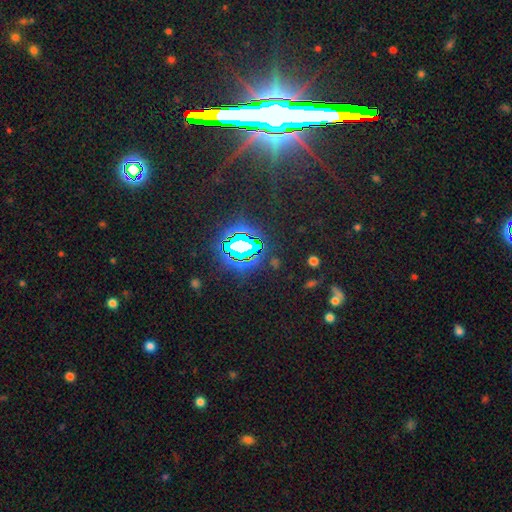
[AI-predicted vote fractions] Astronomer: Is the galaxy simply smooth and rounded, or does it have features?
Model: star or artifact — 75%.